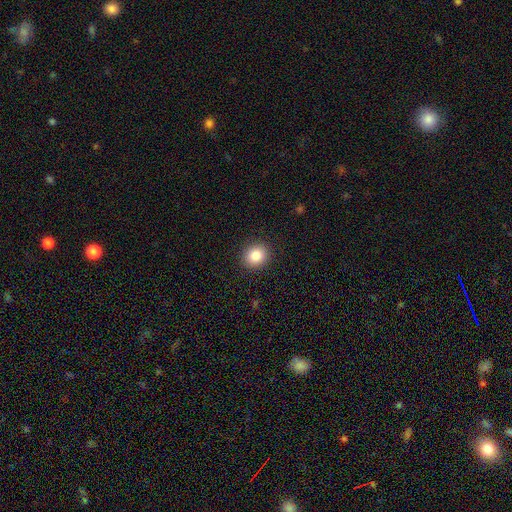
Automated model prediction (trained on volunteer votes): Q: Smooth or featured?
A: smooth (84%); runner-up: star or artifact (10%)
Q: How rounded?
A: round (73%); runner-up: in between (27%)
Q: Merging?
A: none (91%); runner-up: minor disturbance (6%)